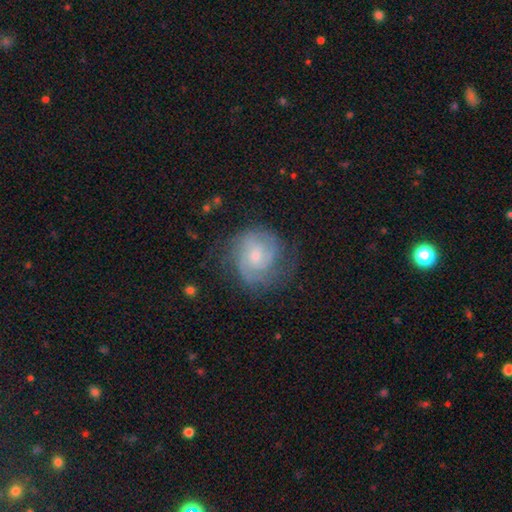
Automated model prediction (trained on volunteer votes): A featured or disk galaxy (74%) with no bar (66%), 2 (34%) tight (52%) spiral arms (92%) and a small central bulge (63%).

Vote fractions:
- Smooth or featured? featured or disk: 74% / smooth: 19% / star or artifact: 7%
- Edge-on disk? no: 98% / yes: 2%
- Bar? no: 66% / weak: 30% / strong: 4%
- Spiral arms? yes: 92% / no: 8%
- Spiral winding? tight: 52% / medium: 36% / loose: 11%
- Spiral arm count? 2: 34% / can't tell: 32% / 3: 19% / 4: 6% / 1: 5% / more than 4: 4%
- Bulge size? small: 63% / moderate: 31% / none: 3% / large: 2% / dominant: 1%
- Merging? none: 64% / minor disturbance: 22% / major disturbance: 13% / merger: 1%